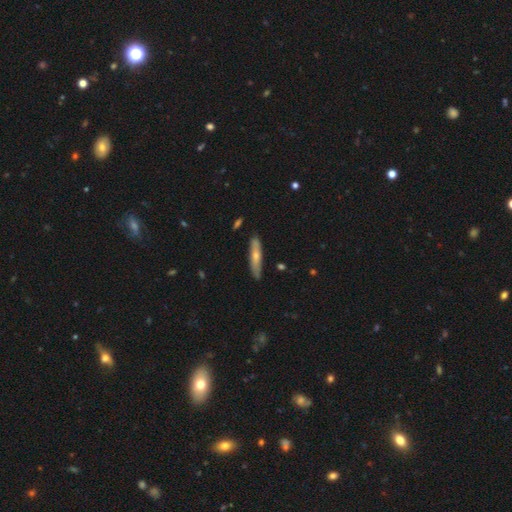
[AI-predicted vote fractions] A smooth galaxy with no disk features (57%) that is cigar-shaped (84%).

Vote fractions:
- Smooth or featured? smooth: 57% / featured or disk: 37% / star or artifact: 6%
- How rounded? cigar-shaped: 84% / in between: 14% / round: 2%
- Merging? none: 82% / minor disturbance: 14% / major disturbance: 2% / merger: 2%